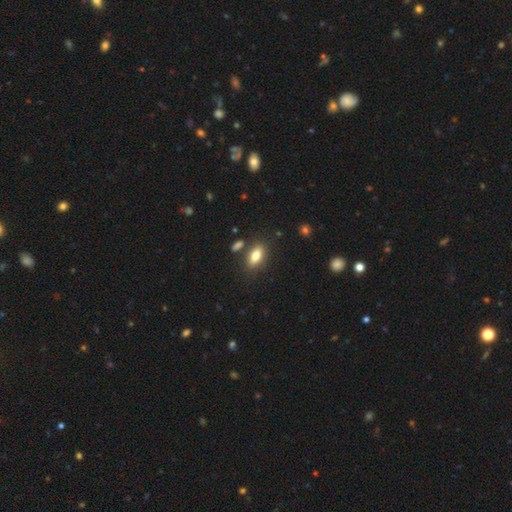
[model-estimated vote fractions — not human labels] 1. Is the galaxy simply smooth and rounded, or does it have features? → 80% smooth, 12% featured or disk, 8% star or artifact.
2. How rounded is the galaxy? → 85% in between, 10% cigar-shaped, 5% round.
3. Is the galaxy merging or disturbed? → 79% none, 11% minor disturbance, 8% merger, 3% major disturbance.